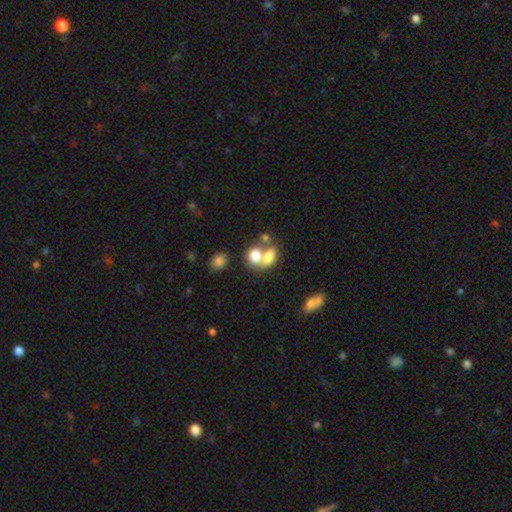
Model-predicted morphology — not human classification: Smooth or featured? Predicted: smooth (p=0.75). How rounded? Predicted: in between (p=0.63). Merging? Predicted: merger (p=0.59).